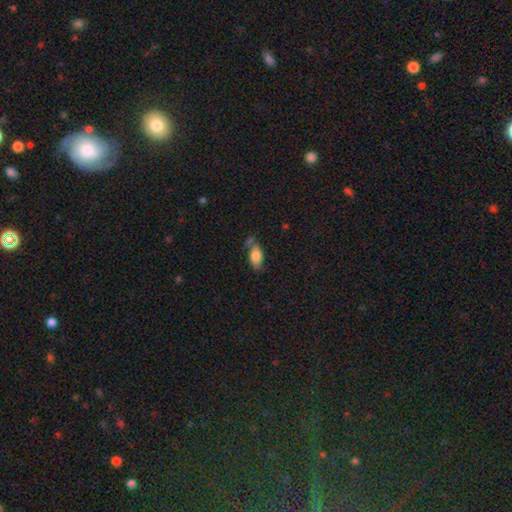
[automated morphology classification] Overall: smooth (79%). How rounded: in between (89%). Merging: none (54%; minor disturbance 22%).